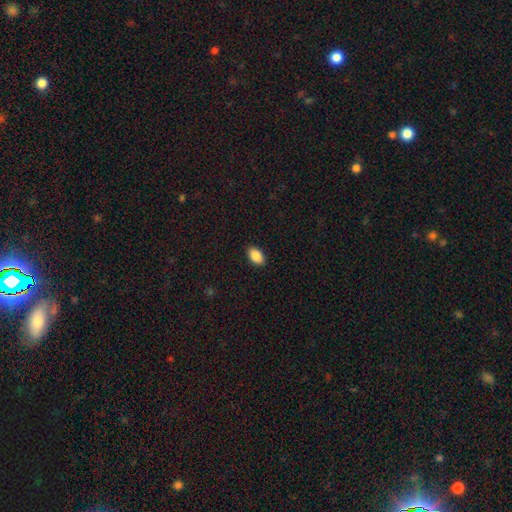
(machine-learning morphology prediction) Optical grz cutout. It shows a smooth galaxy with no disk features (87%) that is in between round and cigar-shaped (92%). Merging: none (90%).